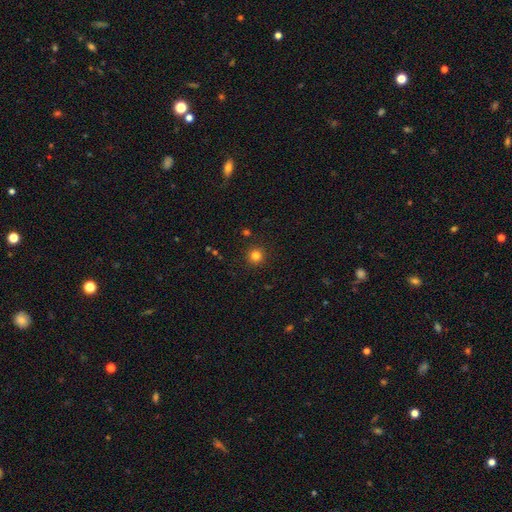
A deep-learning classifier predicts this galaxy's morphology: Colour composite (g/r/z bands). It shows a smooth galaxy with no disk features (81%) that is round (95%). Merging: none (92%).